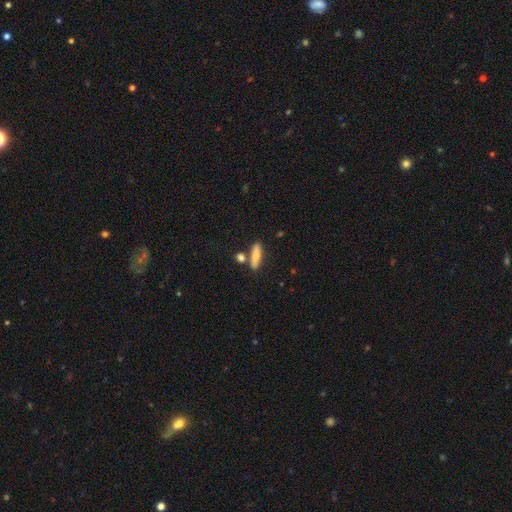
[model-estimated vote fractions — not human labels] The model was most divided on "how rounded": cigar-shaped: 66%, in between: 30%, round: 4%. More confident: smooth or featured — smooth (80%); merging — none (73%).